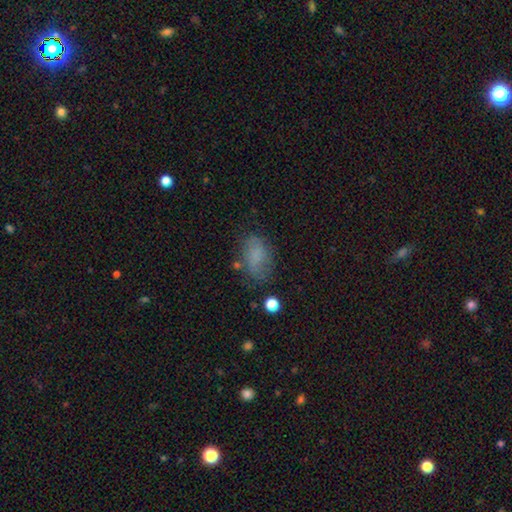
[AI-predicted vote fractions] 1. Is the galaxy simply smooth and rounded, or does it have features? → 73% smooth, 15% featured or disk, 12% star or artifact.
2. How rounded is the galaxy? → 86% in between, 11% round, 2% cigar-shaped.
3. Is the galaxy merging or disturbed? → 58% none, 25% minor disturbance, 13% major disturbance, 4% merger.